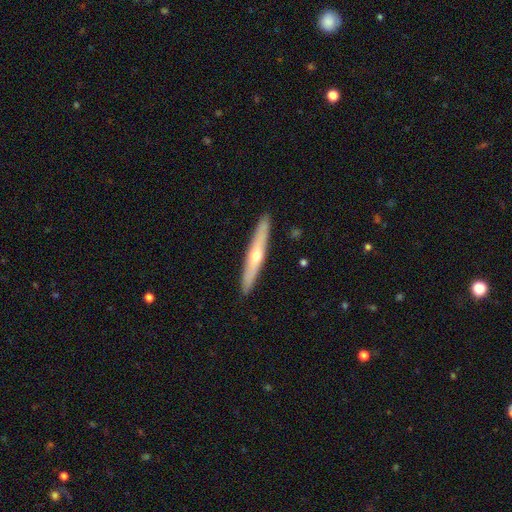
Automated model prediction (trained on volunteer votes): Overall: featured or disk (60%; smooth 35%). Edge-on disk: yes (92%). Edge-on bulge: rounded (86%). Merging: none (91%).